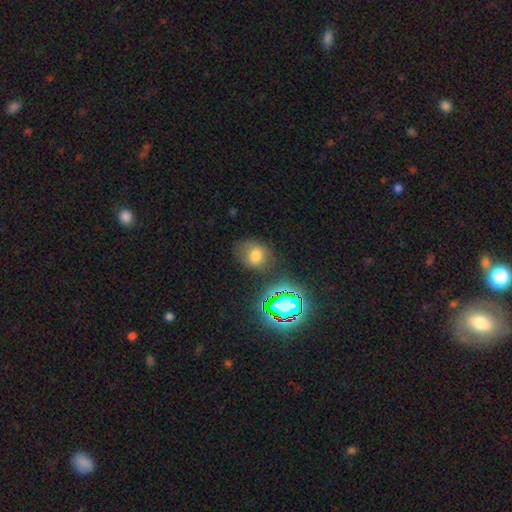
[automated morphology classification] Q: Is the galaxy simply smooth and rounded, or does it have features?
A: smooth — 64%.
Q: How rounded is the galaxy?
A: round — 52%.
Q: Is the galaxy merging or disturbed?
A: none — 65%.